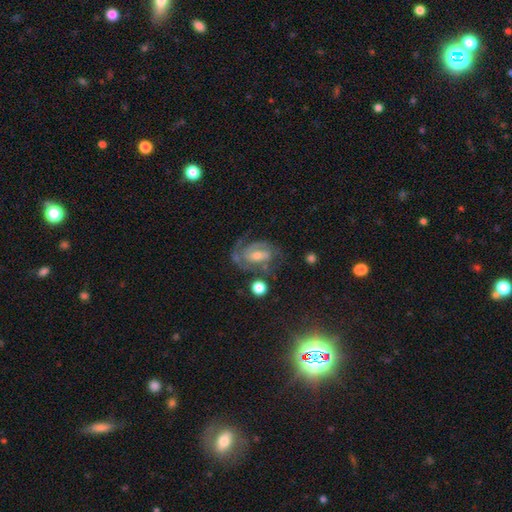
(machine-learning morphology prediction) A featured or disk galaxy (81%) with a weak bar (45%), 2 (58%) tight (52%) spiral arms (95%) and a small central bulge (50%).

Vote fractions:
- Smooth or featured? featured or disk: 81% / star or artifact: 10% / smooth: 9%
- Edge-on disk? no: 97% / yes: 3%
- Bar? weak: 45% / no: 36% / strong: 19%
- Spiral arms? yes: 95% / no: 5%
- Spiral winding? tight: 52% / medium: 39% / loose: 9%
- Spiral arm count? 2: 58% / can't tell: 16% / 3: 13% / 1: 6% / 4: 3% / more than 4: 3%
- Bulge size? small: 50% / moderate: 42% / none: 4% / large: 4% / dominant: 1%
- Merging? none: 65% / minor disturbance: 18% / major disturbance: 13% / merger: 4%